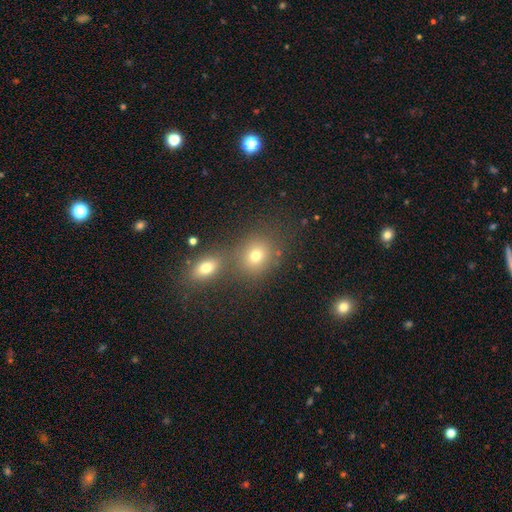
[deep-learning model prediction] Smooth or featured? Predicted: smooth (p=0.73). How rounded? Predicted: round (p=0.66). Merging? Predicted: none (p=0.58).